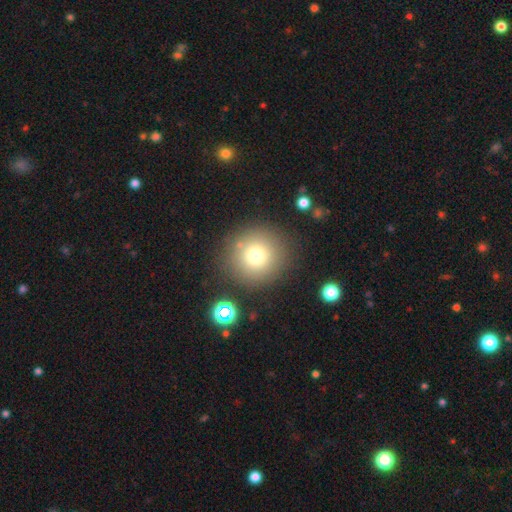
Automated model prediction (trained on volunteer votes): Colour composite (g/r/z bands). It shows a smooth galaxy with no disk features (74%) that is round (95%). Merging: none (84%).